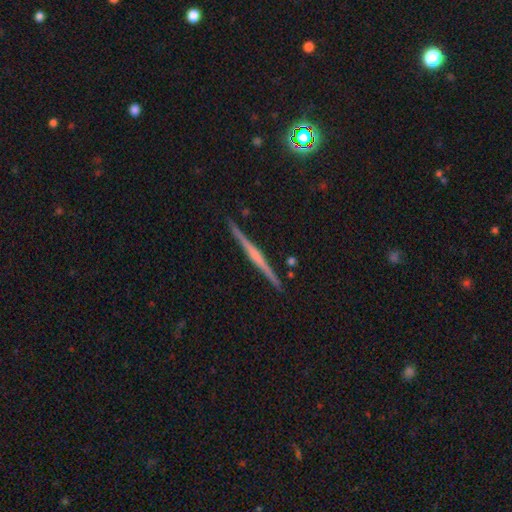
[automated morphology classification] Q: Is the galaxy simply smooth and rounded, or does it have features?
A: featured or disk — 76%.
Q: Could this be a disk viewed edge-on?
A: yes — 99%.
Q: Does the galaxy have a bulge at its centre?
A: rounded — 47%.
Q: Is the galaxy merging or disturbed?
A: none — 92%.